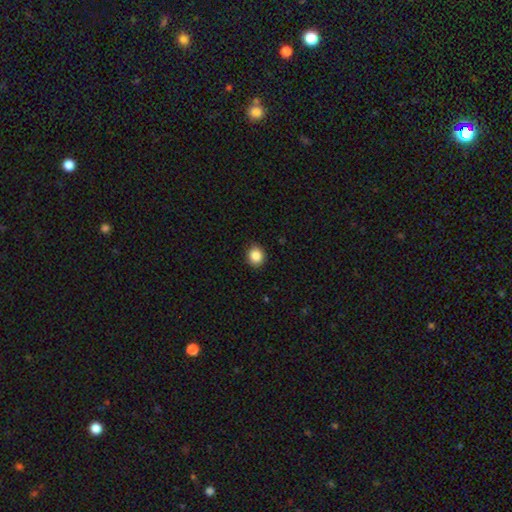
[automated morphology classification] smooth 87%, star or artifact 9%, featured or disk 4%. Down the decision tree: how rounded — round (82%); merging — none (90%).